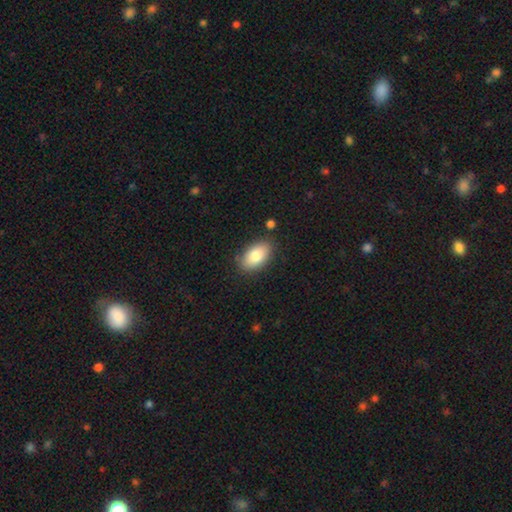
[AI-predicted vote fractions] A smooth galaxy with no disk features (82%) that is in between round and cigar-shaped (93%). Merging: none (83%).